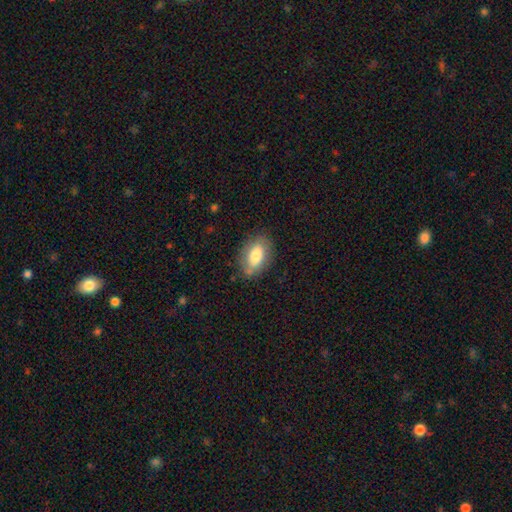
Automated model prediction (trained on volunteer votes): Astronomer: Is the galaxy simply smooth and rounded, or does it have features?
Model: smooth — 75%.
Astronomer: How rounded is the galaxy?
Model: in between — 90%.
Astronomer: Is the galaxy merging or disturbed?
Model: none — 77%.